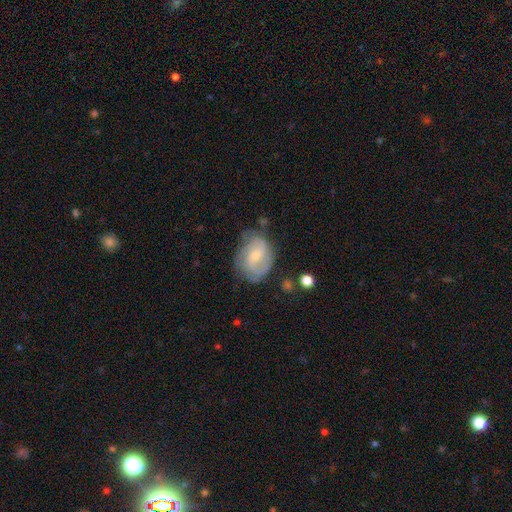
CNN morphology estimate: Smooth or featured? featured or disk (67%)
Edge-on disk? no (97%)
Bar? weak (48%)
Spiral arms? yes (87%)
Spiral winding? medium (44%)
Spiral arm count? 2 (56%)
Bulge size? small (60%)
Merging? none (62%)